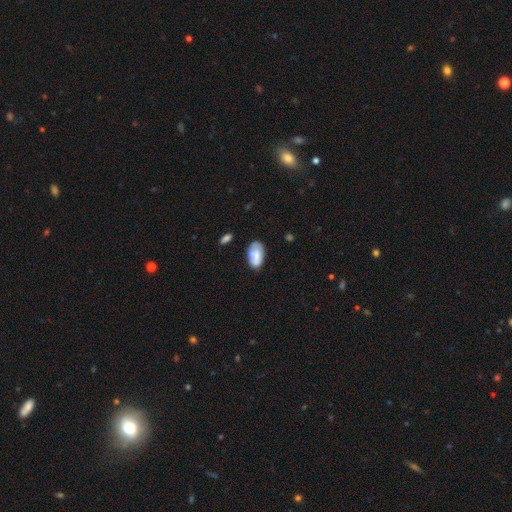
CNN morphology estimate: type=smooth (62%); roundness=in between (93%); merging=none (55%).